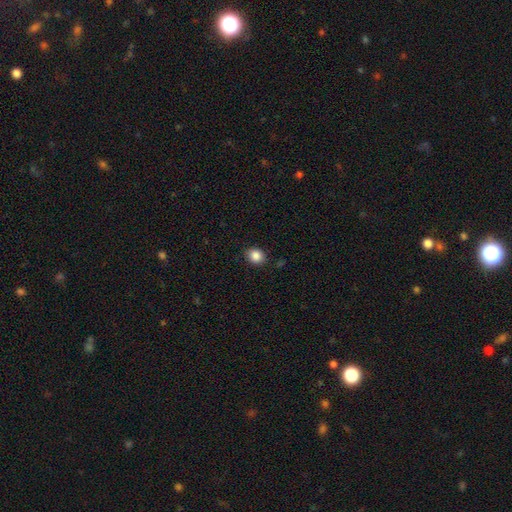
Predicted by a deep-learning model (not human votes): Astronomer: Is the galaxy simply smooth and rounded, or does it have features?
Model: smooth — 87%.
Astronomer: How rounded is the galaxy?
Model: round — 64%.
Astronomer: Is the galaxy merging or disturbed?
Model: none — 86%.